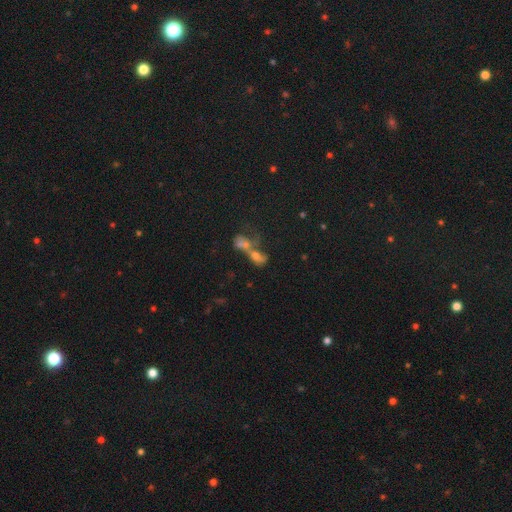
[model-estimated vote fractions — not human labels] Overall: smooth (45%; featured or disk 34%). Merging: merger (70%).